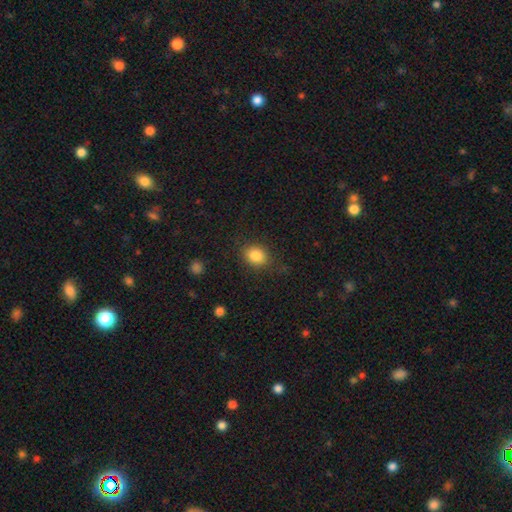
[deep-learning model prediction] A smooth galaxy with no disk features (84%) that is in between round and cigar-shaped (51%).

Vote fractions:
- Smooth or featured? smooth: 84% / star or artifact: 10% / featured or disk: 6%
- How rounded? in between: 51% / round: 47% / cigar-shaped: 1%
- Merging? none: 81% / minor disturbance: 13% / major disturbance: 5% / merger: 1%